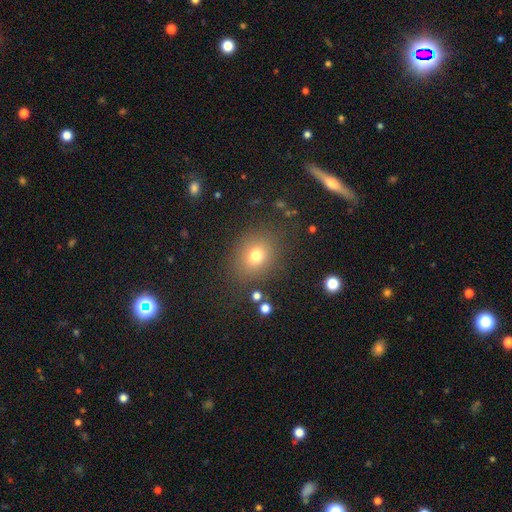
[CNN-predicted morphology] Smooth or featured?
  - smooth: 75% *
  - star or artifact: 15%
  - featured or disk: 10%
How rounded?
  - round: 62% *
  - in between: 36%
  - cigar-shaped: 1%
Merging?
  - none: 80% *
  - minor disturbance: 12%
  - major disturbance: 6%
  - merger: 3%